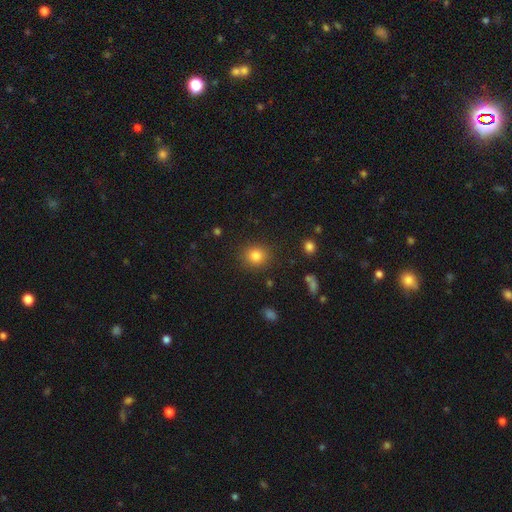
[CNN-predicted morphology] Q: Smooth or featured?
A: smooth (83%); runner-up: star or artifact (12%)
Q: How rounded?
A: round (83%); runner-up: in between (16%)
Q: Merging?
A: none (88%); runner-up: minor disturbance (8%)